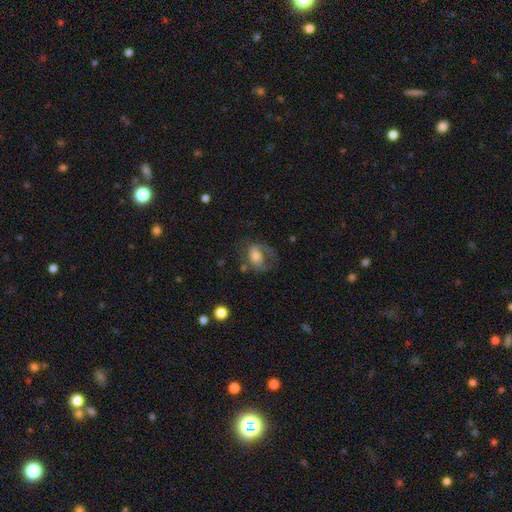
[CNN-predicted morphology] Smooth or featured? Predicted: smooth (p=0.47). Merging? Predicted: none (p=0.40).